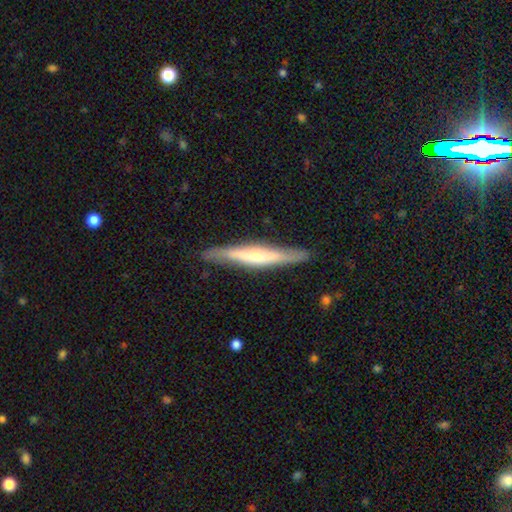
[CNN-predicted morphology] type=featured or disk (58%); edge-on=yes (91%); edge-on bulge=rounded (62%); merging=none (86%).